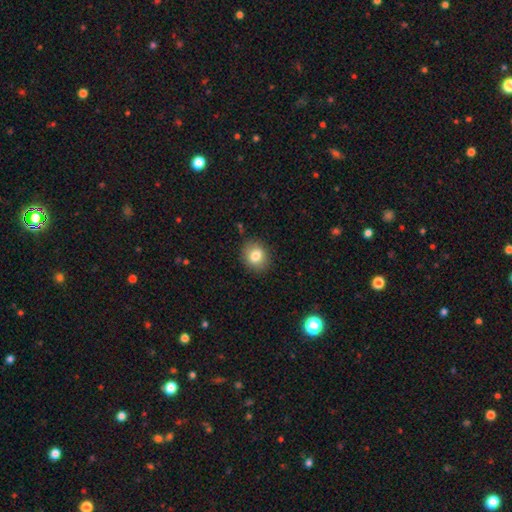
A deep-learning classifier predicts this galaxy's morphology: Smooth or featured?
  - smooth: 81% *
  - star or artifact: 10%
  - featured or disk: 10%
How rounded?
  - round: 65% *
  - in between: 34%
  - cigar-shaped: 1%
Merging?
  - none: 87% *
  - minor disturbance: 9%
  - major disturbance: 2%
  - merger: 1%